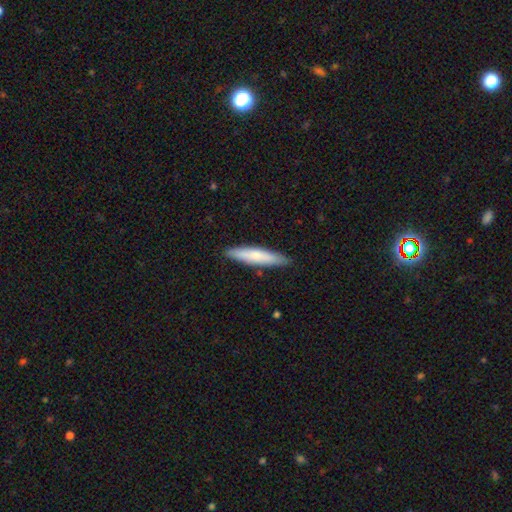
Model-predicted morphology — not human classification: smooth-or-featured: smooth: 73% | featured or disk: 22% | star or artifact: 5%
  how-rounded: cigar-shaped: 87% | in between: 11% | round: 1%
  merging: none: 89% | minor disturbance: 8% | major disturbance: 1% | merger: 1%